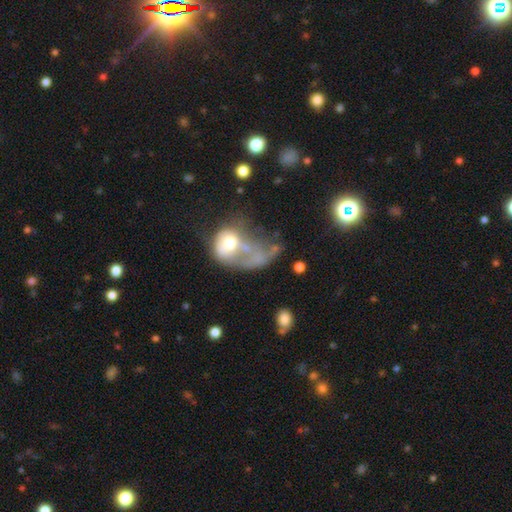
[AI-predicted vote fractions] This is possibly a smooth galaxy (47%). Merging: possibly major disturbance (50%).